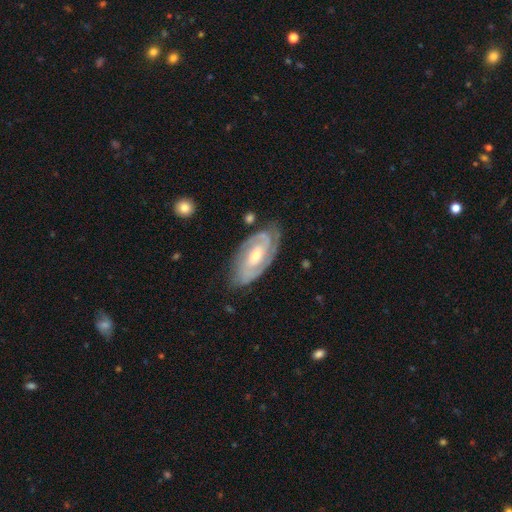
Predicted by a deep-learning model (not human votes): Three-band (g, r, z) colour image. It shows a featured or disk galaxy (86%) with a weak bar (42%), 2 (67%) tight (66%) spiral arms (96%) and a moderate central bulge (60%). Merging: none (76%).